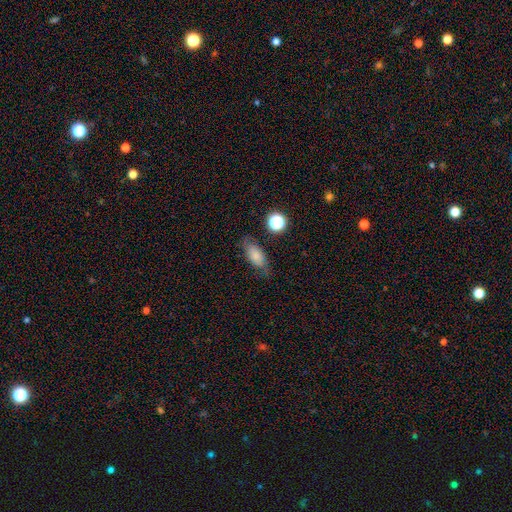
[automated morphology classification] This appears to be a smooth galaxy with no disk features (66%) that is in between round and cigar-shaped (81%). Merging: none (70%).